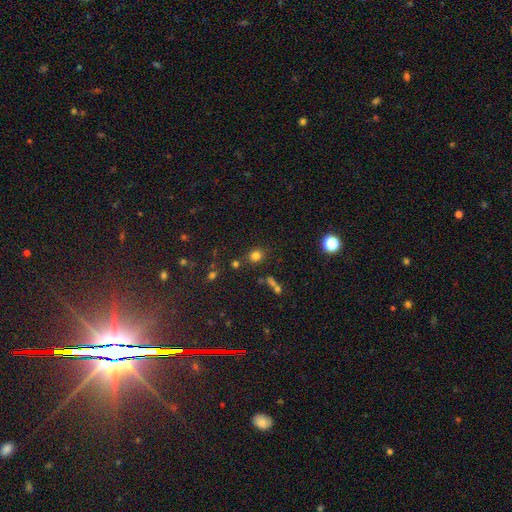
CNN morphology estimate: Q: Smooth or featured?
A: smooth (77%); runner-up: star or artifact (17%)
Q: How rounded?
A: round (79%); runner-up: in between (20%)
Q: Merging?
A: none (79%); runner-up: minor disturbance (10%)